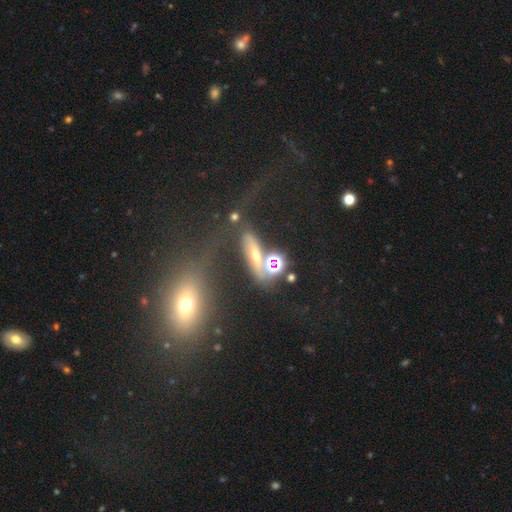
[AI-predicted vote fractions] A featured or disk galaxy (35%).

Vote fractions:
- Smooth or featured? featured or disk: 35% / star or artifact: 33% / smooth: 33%
- Merging? none: 35% / merger: 29% / major disturbance: 23% / minor disturbance: 13%